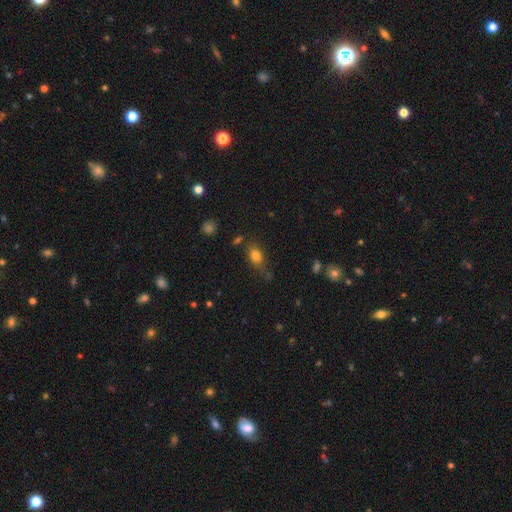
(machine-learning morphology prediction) The model was most divided on "merging": none: 64%, minor disturbance: 22%, merger: 7%, major disturbance: 7%. More confident: smooth or featured — smooth (79%); how rounded — in between (75%).